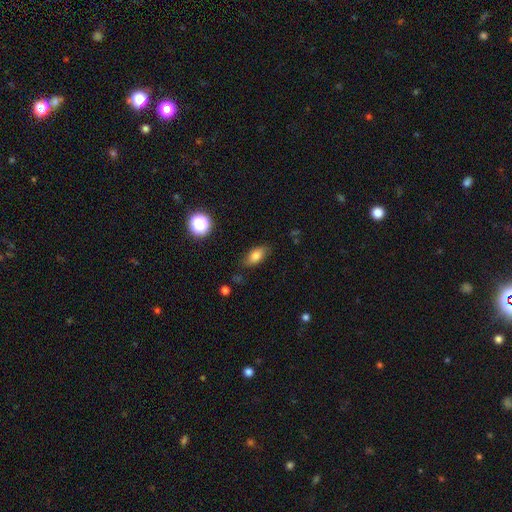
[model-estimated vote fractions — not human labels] Smooth or featured? smooth (78%)
How rounded? in between (85%)
Merging? none (80%)